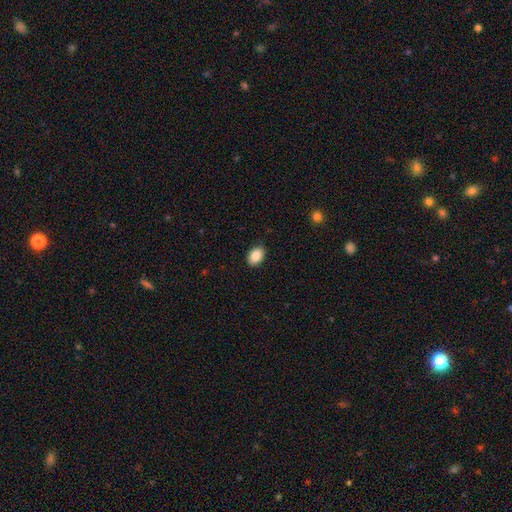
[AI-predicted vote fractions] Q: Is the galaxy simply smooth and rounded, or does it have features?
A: smooth — 88%.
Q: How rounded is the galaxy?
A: in between — 84%.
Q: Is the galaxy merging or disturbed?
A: none — 87%.